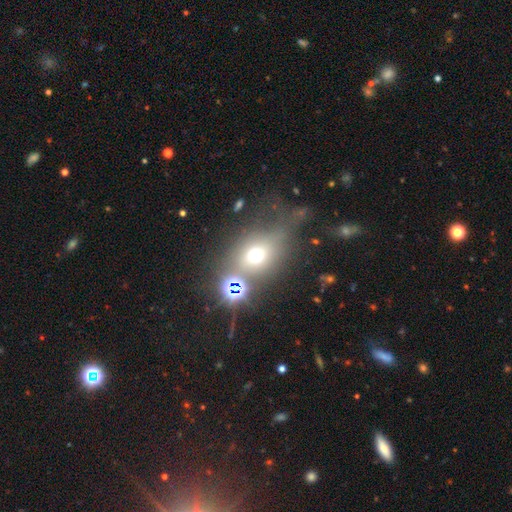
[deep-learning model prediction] smooth 54%, star or artifact 26%, featured or disk 20%. Down the decision tree: how rounded — round (52%); merging — none (47%).